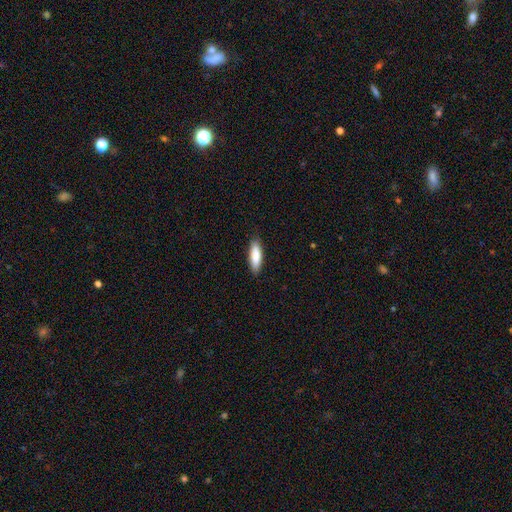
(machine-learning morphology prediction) Smooth or featured: smooth — 84% (featured or disk — 10%)
How rounded: cigar-shaped — 53% (in between — 45%)
Merging: none — 86% (minor disturbance — 11%)